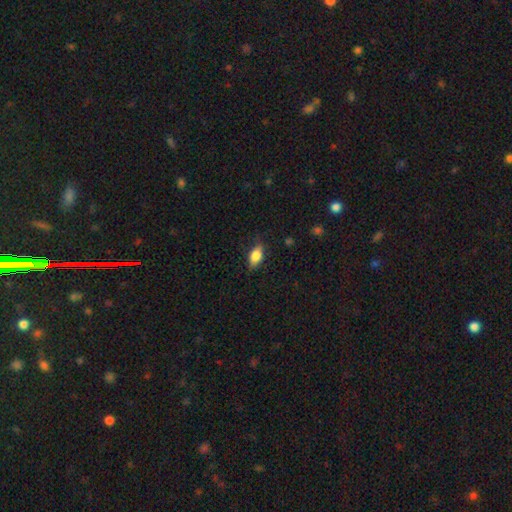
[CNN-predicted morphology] A smooth galaxy with no disk features (80%) that is in between round and cigar-shaped (86%).

Vote fractions:
- Smooth or featured? smooth: 80% / featured or disk: 12% / star or artifact: 8%
- How rounded? in between: 86% / round: 8% / cigar-shaped: 7%
- Merging? none: 79% / minor disturbance: 17% / major disturbance: 4% / merger: 1%